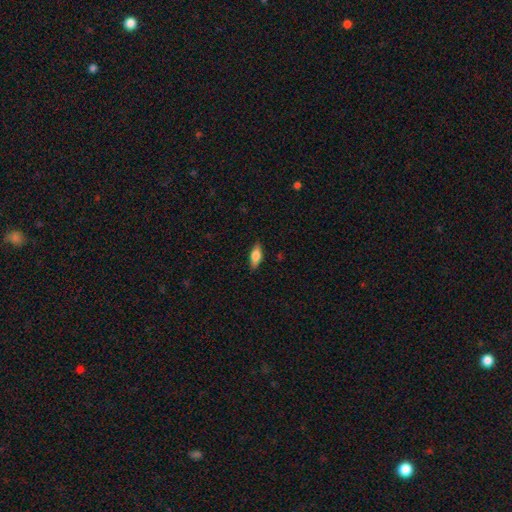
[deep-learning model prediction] smooth 67%, featured or disk 26%, star or artifact 7%. Down the decision tree: how rounded — in between (74%); merging — none (85%).